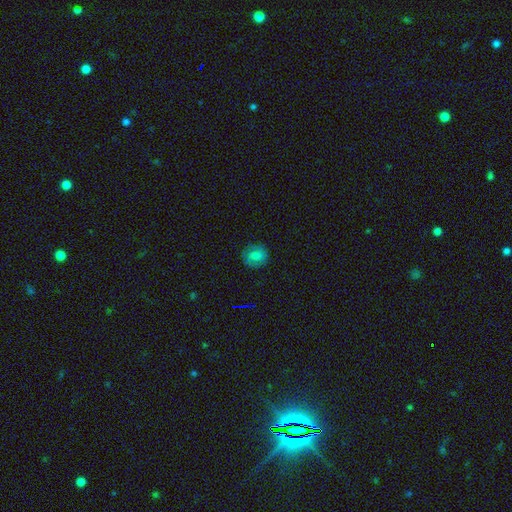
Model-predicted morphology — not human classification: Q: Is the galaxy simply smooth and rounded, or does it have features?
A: smooth — 70%.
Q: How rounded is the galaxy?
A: round — 81%.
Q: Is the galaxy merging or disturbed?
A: none — 82%.